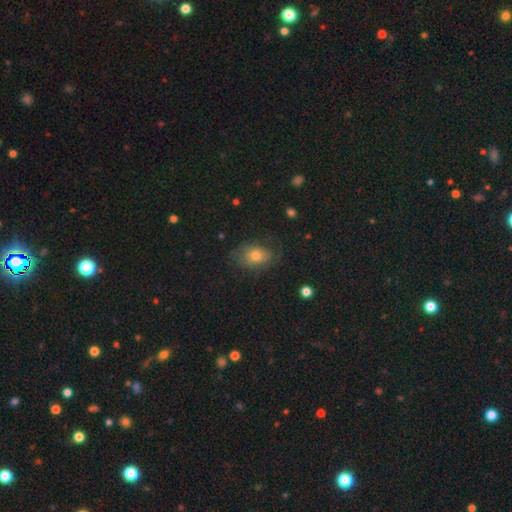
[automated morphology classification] Smooth or featured?
  - smooth: 59% *
  - featured or disk: 30%
  - star or artifact: 11%
How rounded?
  - in between: 75% *
  - round: 23%
  - cigar-shaped: 2%
Merging?
  - none: 63% *
  - minor disturbance: 23%
  - major disturbance: 13%
  - merger: 1%